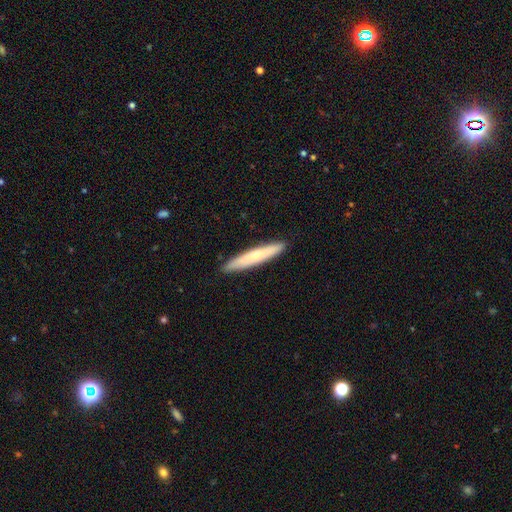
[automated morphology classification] Smooth or featured: smooth — 61% (featured or disk — 34%)
How rounded: cigar-shaped — 94% (in between — 5%)
Merging: none — 91% (minor disturbance — 7%)